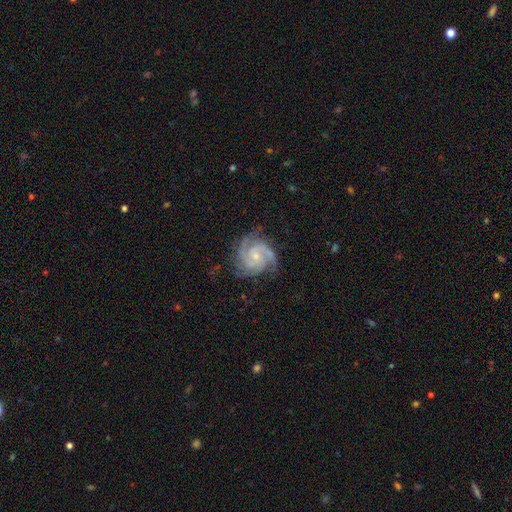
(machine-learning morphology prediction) Smooth or featured? Predicted: featured or disk (p=0.90). Edge-on disk? Predicted: no (p=0.98). Bar? Predicted: no (p=0.68). Spiral arms? Predicted: yes (p=0.98). Spiral winding? Predicted: tight (p=0.55). Spiral arm count? Predicted: 3 (p=0.49). Bulge size? Predicted: small (p=0.71). Merging? Predicted: none (p=0.74).